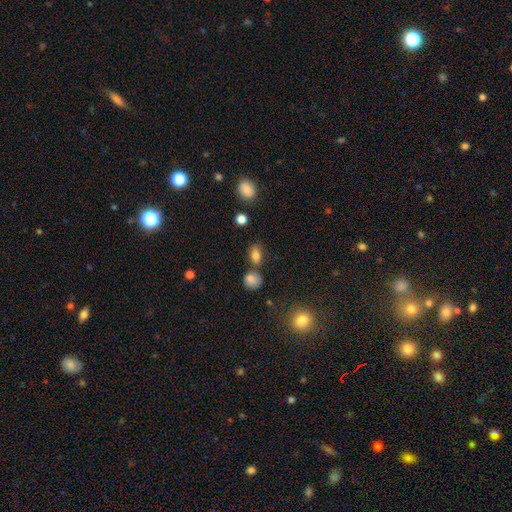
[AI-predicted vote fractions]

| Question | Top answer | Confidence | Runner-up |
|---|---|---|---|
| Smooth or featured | smooth | 80% | star or artifact (12%) |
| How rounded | in between | 76% | round (21%) |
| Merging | none | 70% | minor disturbance (13%) |